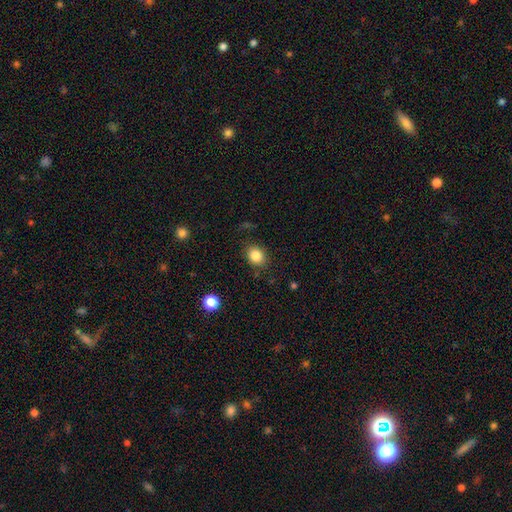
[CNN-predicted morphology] smooth-or-featured: smooth: 85% | star or artifact: 10% | featured or disk: 5%
  how-rounded: round: 56% | in between: 43% | cigar-shaped: 1%
  merging: none: 84% | minor disturbance: 11% | major disturbance: 3% | merger: 2%